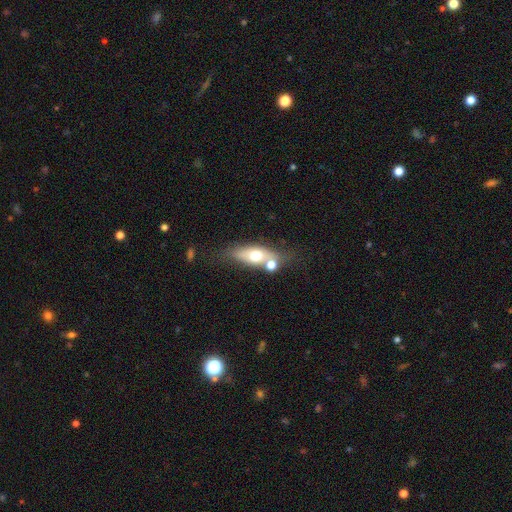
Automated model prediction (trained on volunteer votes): smooth_or_featured: smooth (p=0.54) [alt: featured or disk p=0.38]
how_rounded: in between (p=0.64) [alt: cigar-shaped p=0.27]
merging: none (p=0.51) [alt: merger p=0.27]